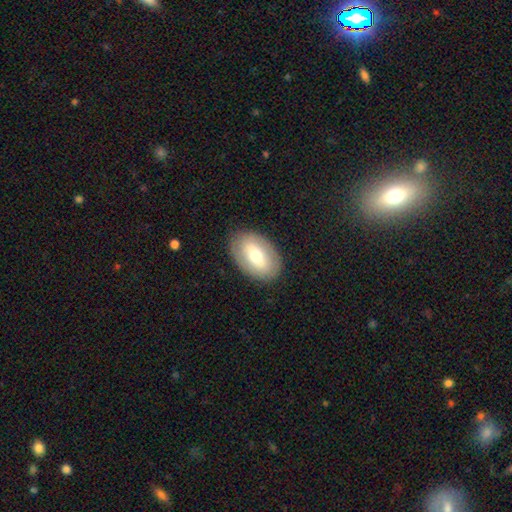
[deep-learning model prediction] A smooth galaxy with no disk features (57%) that is in between round and cigar-shaped (90%).

Vote fractions:
- Smooth or featured? smooth: 57% / featured or disk: 36% / star or artifact: 7%
- How rounded? in between: 90% / round: 9% / cigar-shaped: 1%
- Merging? none: 86% / minor disturbance: 10% / major disturbance: 3% / merger: 1%